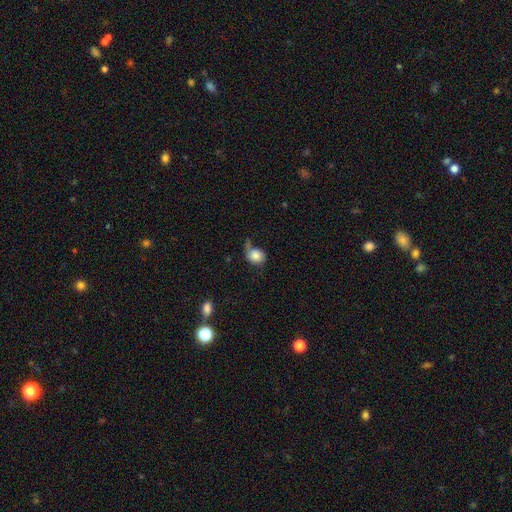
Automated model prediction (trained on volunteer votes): Overall: smooth (76%). How rounded: round (62%; in between 37%). Merging: none (36%; minor disturbance 27%).